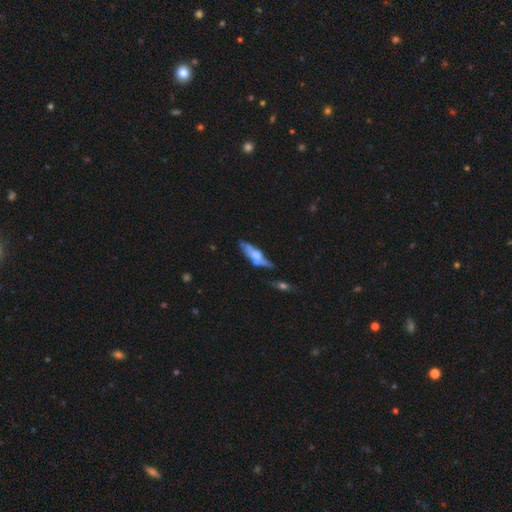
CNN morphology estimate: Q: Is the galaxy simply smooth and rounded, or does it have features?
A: featured or disk — 49%.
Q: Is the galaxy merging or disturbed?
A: none — 42%.